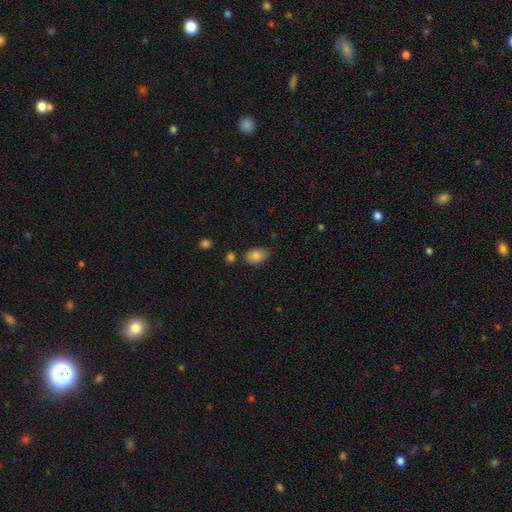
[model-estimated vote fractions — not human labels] Q: Smooth or featured?
A: smooth (83%); runner-up: featured or disk (9%)
Q: How rounded?
A: in between (89%); runner-up: round (10%)
Q: Merging?
A: none (69%); runner-up: minor disturbance (22%)